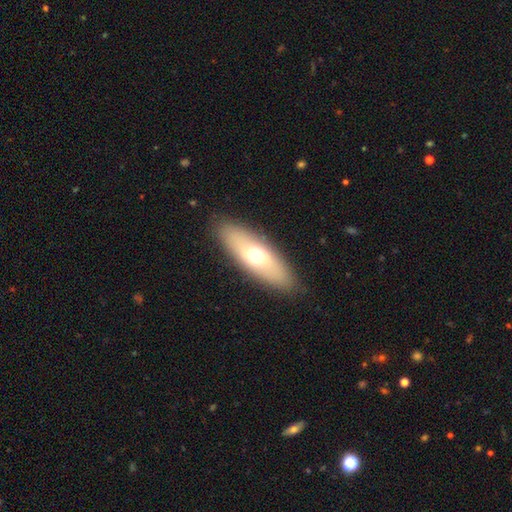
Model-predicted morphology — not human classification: Smooth or featured? smooth (58%)
How rounded? in between (67%)
Merging? none (88%)